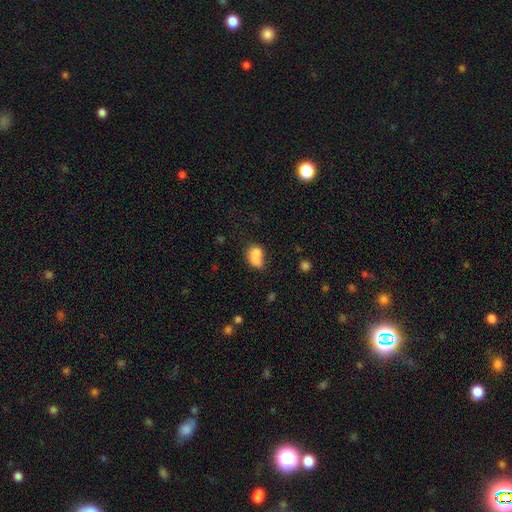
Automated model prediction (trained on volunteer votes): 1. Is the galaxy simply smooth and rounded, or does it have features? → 73% smooth, 17% featured or disk, 10% star or artifact.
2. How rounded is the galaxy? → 70% in between, 28% round, 2% cigar-shaped.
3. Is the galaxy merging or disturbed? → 55% merger, 23% none, 13% minor disturbance, 9% major disturbance.